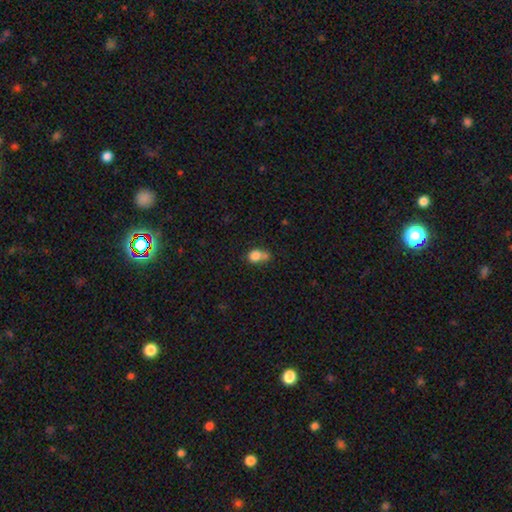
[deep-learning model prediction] Smooth or featured? smooth (80%)
How rounded? round (55%)
Merging? merger (38%)